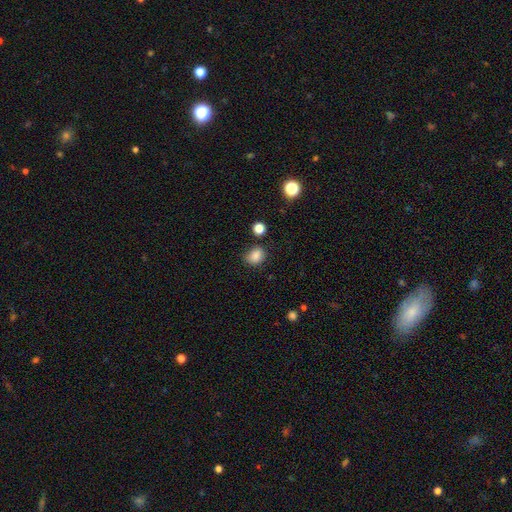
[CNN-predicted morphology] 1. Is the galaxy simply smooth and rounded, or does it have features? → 85% smooth, 11% star or artifact, 4% featured or disk.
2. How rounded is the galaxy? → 54% round, 45% in between, 1% cigar-shaped.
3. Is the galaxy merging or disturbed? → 74% none, 18% minor disturbance, 4% major disturbance, 4% merger.